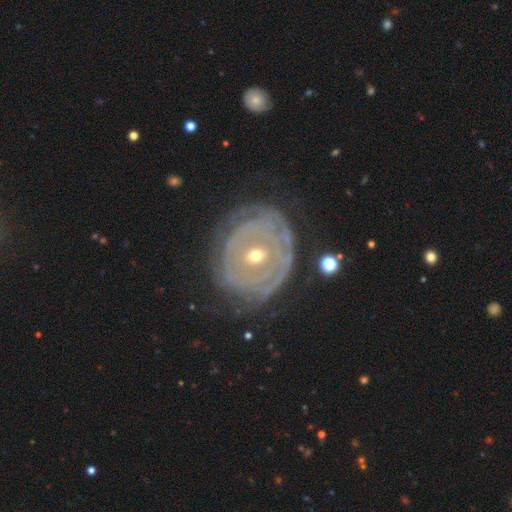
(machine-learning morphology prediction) Q: Smooth or featured?
A: featured or disk (82%); runner-up: smooth (11%)
Q: Edge-on disk?
A: no (96%); runner-up: yes (4%)
Q: Bar?
A: no (65%); runner-up: weak (25%)
Q: Spiral arms?
A: yes (77%); runner-up: no (23%)
Q: Spiral winding?
A: tight (82%); runner-up: medium (13%)
Q: Spiral arm count?
A: can't tell (50%); runner-up: 2 (16%)
Q: Bulge size?
A: small (49%); runner-up: moderate (47%)
Q: Merging?
A: none (72%); runner-up: minor disturbance (17%)